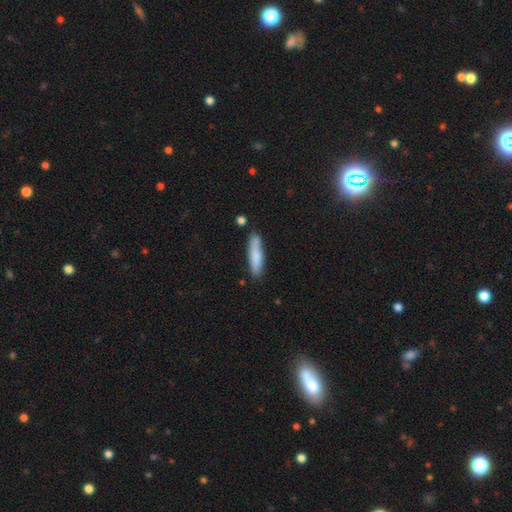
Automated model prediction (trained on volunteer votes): A smooth galaxy with no disk features (77%) that is cigar-shaped (83%). Merging: none (80%).